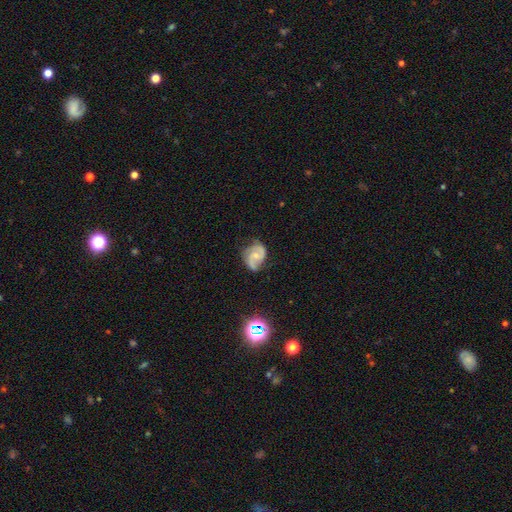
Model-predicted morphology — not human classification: smooth_or_featured: featured or disk (p=0.83) [alt: smooth p=0.10]
disk_edge_on: no (p=0.98) [alt: yes p=0.02]
bar: no (p=0.55) [alt: weak p=0.38]
has_spiral_arms: yes (p=0.97) [alt: no p=0.03]
spiral_winding: medium (p=0.52) [alt: tight p=0.29]
spiral_arm_count: 2 (p=0.88) [alt: can't tell p=0.04]
bulge_size: small (p=0.54) [alt: moderate p=0.35]
merging: none (p=0.69) [alt: minor disturbance p=0.22]